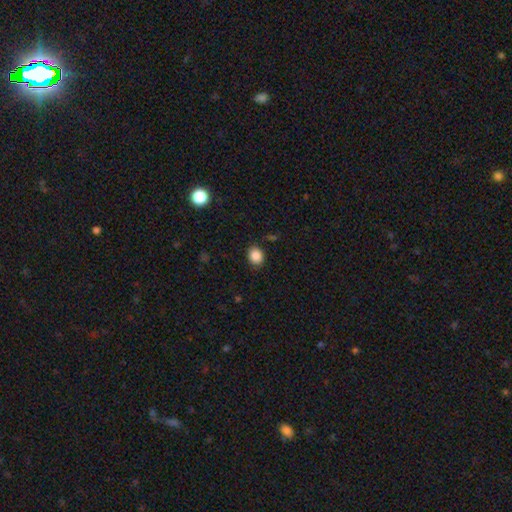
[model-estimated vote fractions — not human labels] Smooth or featured? smooth (87%)
How rounded? round (61%)
Merging? none (85%)